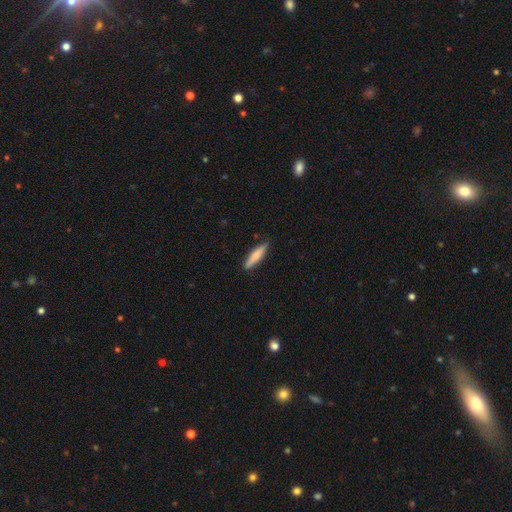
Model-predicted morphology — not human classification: Smooth or featured?
  - smooth: 75% *
  - featured or disk: 20%
  - star or artifact: 5%
How rounded?
  - cigar-shaped: 80% *
  - in between: 18%
  - round: 2%
Merging?
  - none: 86% *
  - minor disturbance: 11%
  - major disturbance: 2%
  - merger: 1%